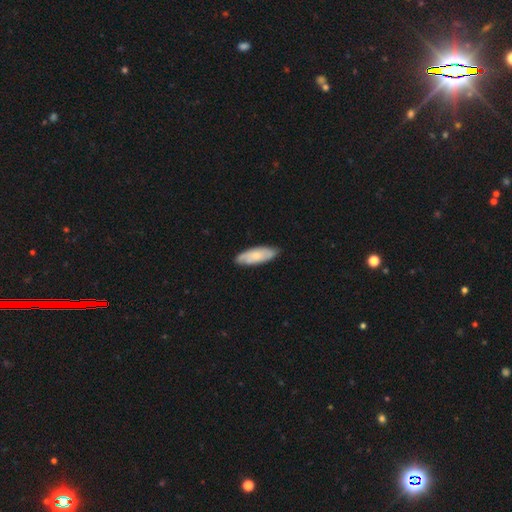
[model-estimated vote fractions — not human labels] Overall: smooth (56%; featured or disk 38%). How rounded: in between (67%; cigar-shaped 31%). Merging: none (83%).